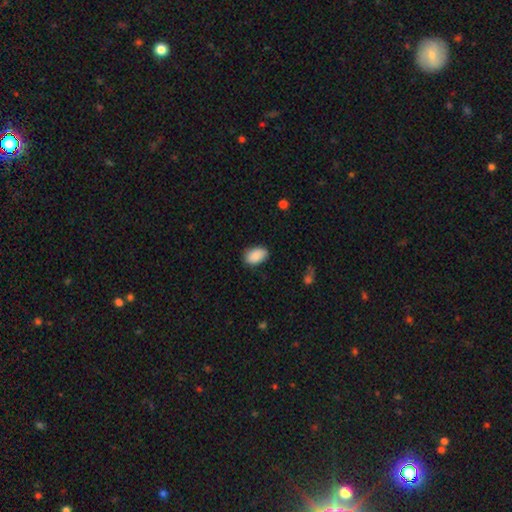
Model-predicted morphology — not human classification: Smooth or featured?
  - smooth: 88% *
  - star or artifact: 7%
  - featured or disk: 5%
How rounded?
  - in between: 90% *
  - round: 9%
  - cigar-shaped: 1%
Merging?
  - none: 83% *
  - minor disturbance: 13%
  - major disturbance: 3%
  - merger: 1%